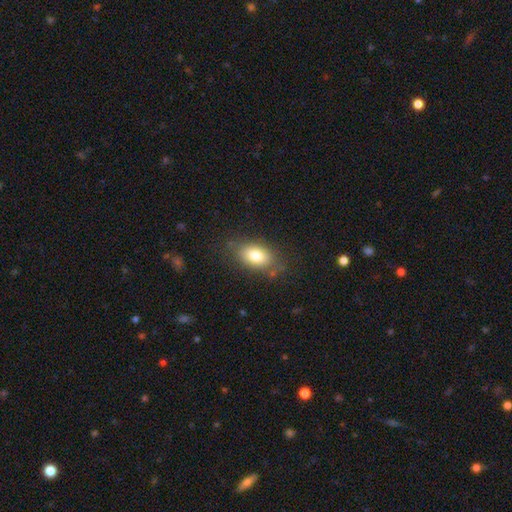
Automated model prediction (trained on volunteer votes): smooth-or-featured: smooth: 79% | featured or disk: 13% | star or artifact: 9%
  how-rounded: in between: 88% | round: 10% | cigar-shaped: 2%
  merging: none: 78% | minor disturbance: 15% | major disturbance: 5% | merger: 2%